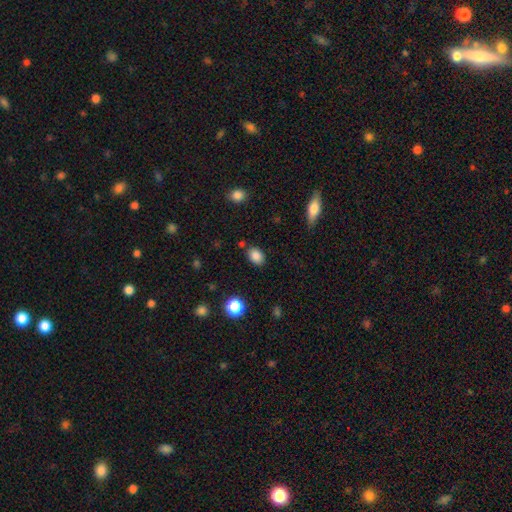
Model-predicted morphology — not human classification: smooth-or-featured: smooth: 85% | star or artifact: 10% | featured or disk: 5%
  how-rounded: in between: 75% | round: 24% | cigar-shaped: 1%
  merging: none: 81% | minor disturbance: 12% | merger: 4% | major disturbance: 3%